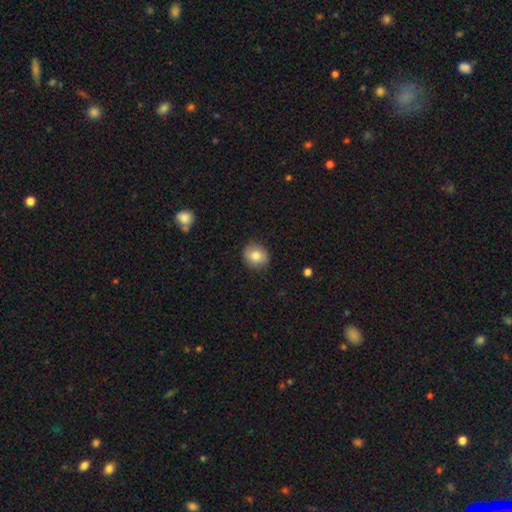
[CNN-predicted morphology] A smooth galaxy with no disk features (82%) that is round (71%).

Vote fractions:
- Smooth or featured? smooth: 82% / featured or disk: 9% / star or artifact: 9%
- How rounded? round: 71% / in between: 28% / cigar-shaped: 1%
- Merging? none: 84% / minor disturbance: 12% / major disturbance: 2% / merger: 1%